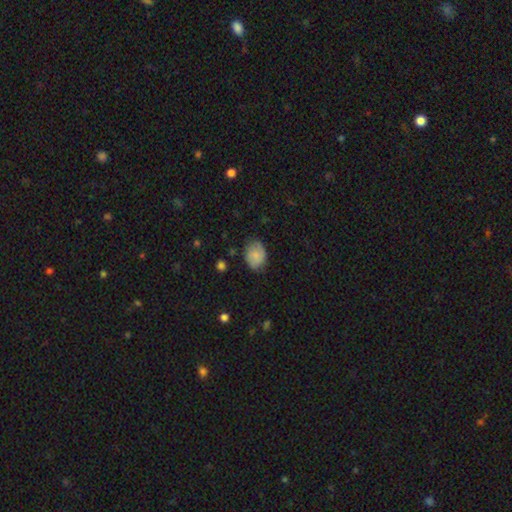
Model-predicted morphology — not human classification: This is likely a smooth galaxy (69%). How rounded: likely in between (62%). Merging: likely none (70%).